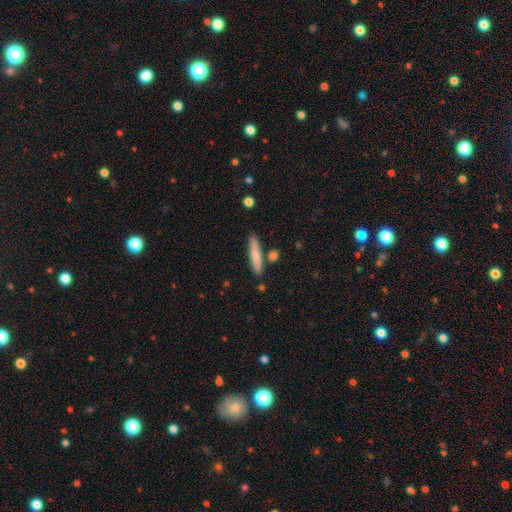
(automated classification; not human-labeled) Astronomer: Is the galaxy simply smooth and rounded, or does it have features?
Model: smooth — 75%.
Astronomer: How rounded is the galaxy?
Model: cigar-shaped — 89%.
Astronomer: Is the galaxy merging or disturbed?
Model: none — 81%.